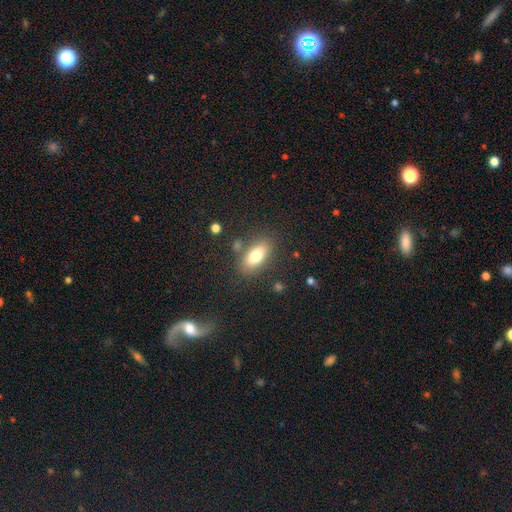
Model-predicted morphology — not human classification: This is likely a smooth galaxy (75%). How rounded: clearly in between (84%). Merging: likely none (78%).